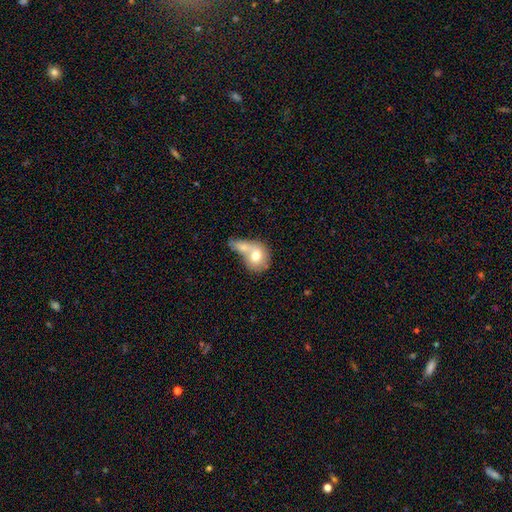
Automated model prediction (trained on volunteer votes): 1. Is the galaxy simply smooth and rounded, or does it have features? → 72% smooth, 21% featured or disk, 7% star or artifact.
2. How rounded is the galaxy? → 67% round, 31% in between, 2% cigar-shaped.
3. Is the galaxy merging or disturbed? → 64% merger, 19% none, 10% minor disturbance, 7% major disturbance.